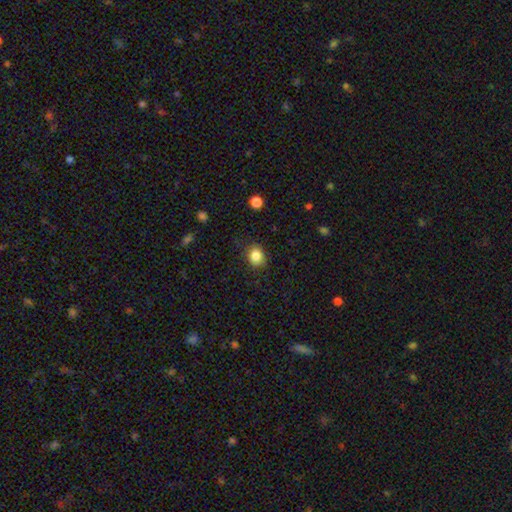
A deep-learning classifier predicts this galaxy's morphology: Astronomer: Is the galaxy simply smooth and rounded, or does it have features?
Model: smooth — 85%.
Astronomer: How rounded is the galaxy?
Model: round — 64%.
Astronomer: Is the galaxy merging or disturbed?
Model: none — 82%.